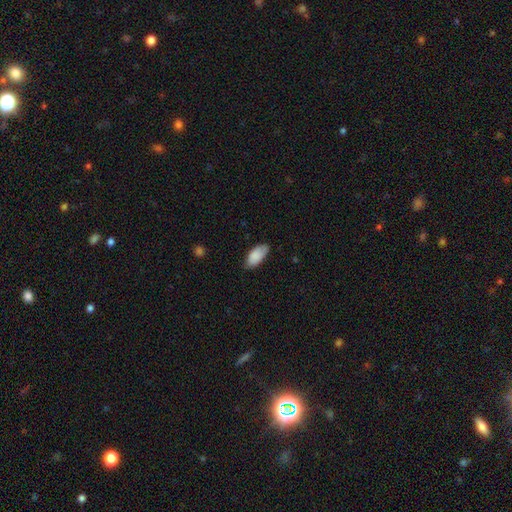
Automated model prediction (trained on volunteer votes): A smooth galaxy with no disk features (87%) that is in between round and cigar-shaped (93%). Merging: none (70%).